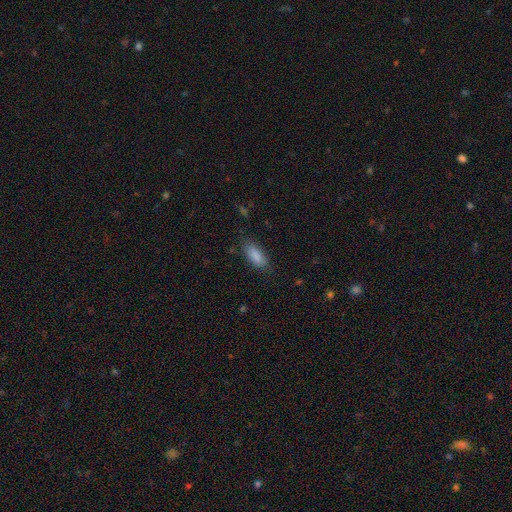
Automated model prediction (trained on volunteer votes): This appears to be a smooth galaxy with no disk features (87%) that is in between round and cigar-shaped (83%). Merging: none (77%).